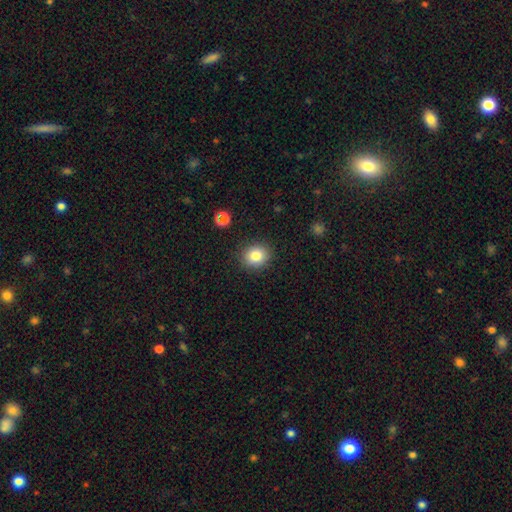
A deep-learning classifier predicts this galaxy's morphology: Smooth or featured?
  - smooth: 82% *
  - star or artifact: 11%
  - featured or disk: 7%
How rounded?
  - round: 73% *
  - in between: 26%
  - cigar-shaped: 1%
Merging?
  - none: 88% *
  - minor disturbance: 8%
  - major disturbance: 3%
  - merger: 1%